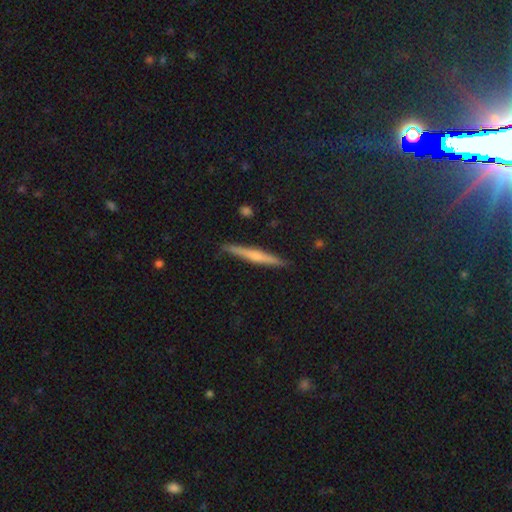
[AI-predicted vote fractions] A featured or disk galaxy (51%) viewed edge-on (97%). Merging: none (89%).